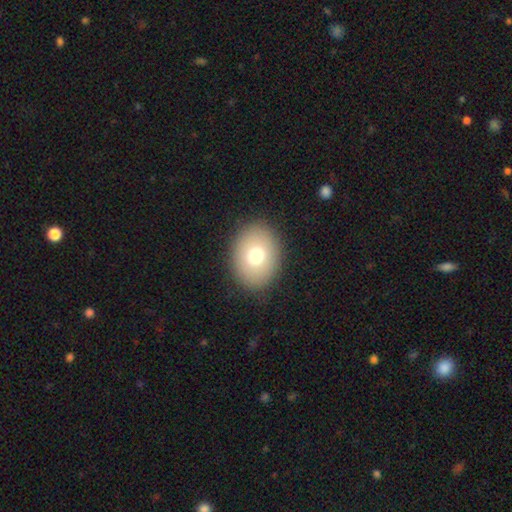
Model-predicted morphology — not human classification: A smooth galaxy with no disk features (74%) that is in between round and cigar-shaped (61%).

Vote fractions:
- Smooth or featured? smooth: 74% / featured or disk: 16% / star or artifact: 11%
- How rounded? in between: 61% / round: 38% / cigar-shaped: 1%
- Merging? none: 89% / minor disturbance: 7% / major disturbance: 3% / merger: 1%